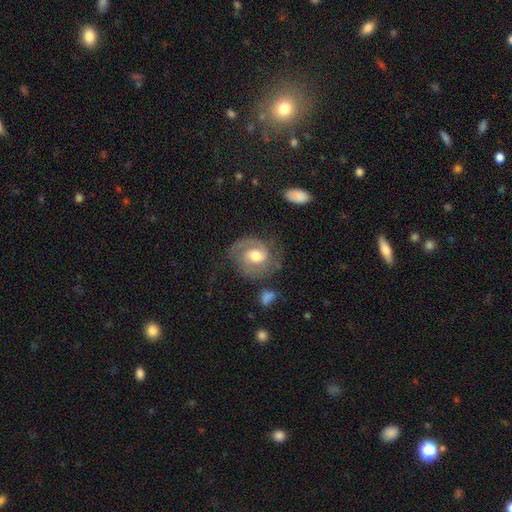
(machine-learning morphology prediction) This is clearly a featured or disk galaxy (83%). It is clearly not viewed edge-on (98%). Bar: possibly no (46%). Spiral arm pattern: clearly yes (95%). Spiral arm count: likely 2 (80%). Spiral winding: possibly medium (46%). Central bulge: likely moderate (73%). Merging: likely none (66%).